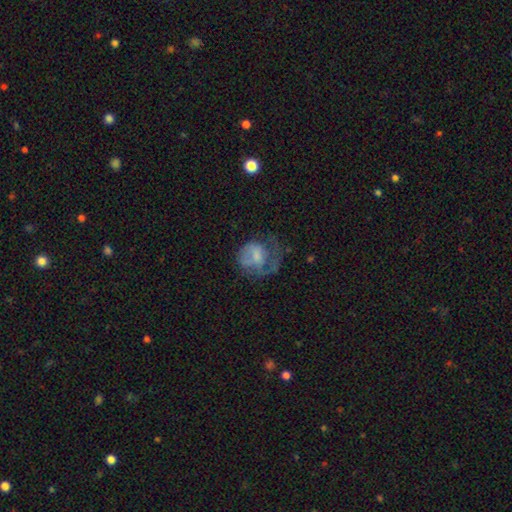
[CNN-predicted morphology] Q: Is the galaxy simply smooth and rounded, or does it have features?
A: smooth — 47%.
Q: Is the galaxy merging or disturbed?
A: major disturbance — 46%.